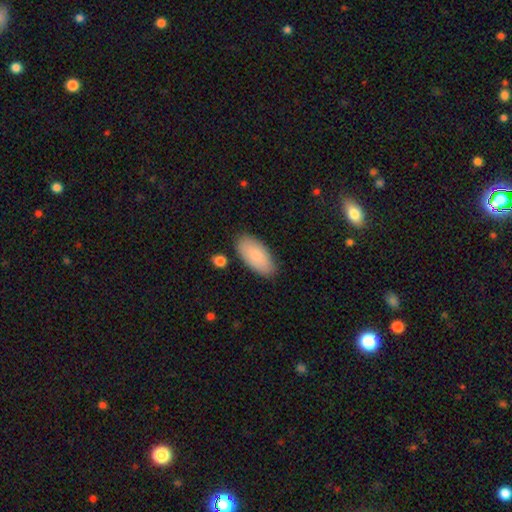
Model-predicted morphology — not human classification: smooth_or_featured: smooth (p=0.84) [alt: featured or disk p=0.10]
how_rounded: in between (p=0.93) [alt: cigar-shaped p=0.05]
merging: none (p=0.84) [alt: minor disturbance p=0.11]